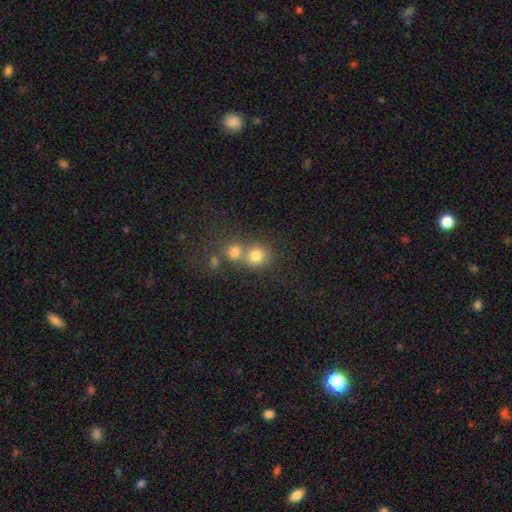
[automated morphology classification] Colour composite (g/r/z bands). It shows a smooth galaxy with no disk features (77%) that is round (85%). Merging: merger (47%).